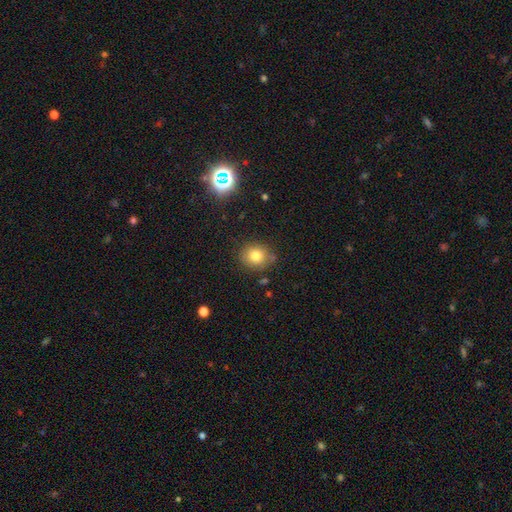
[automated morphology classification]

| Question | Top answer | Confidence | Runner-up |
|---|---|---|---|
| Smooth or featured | smooth | 80% | star or artifact (12%) |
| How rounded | round | 75% | in between (24%) |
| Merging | none | 82% | minor disturbance (12%) |